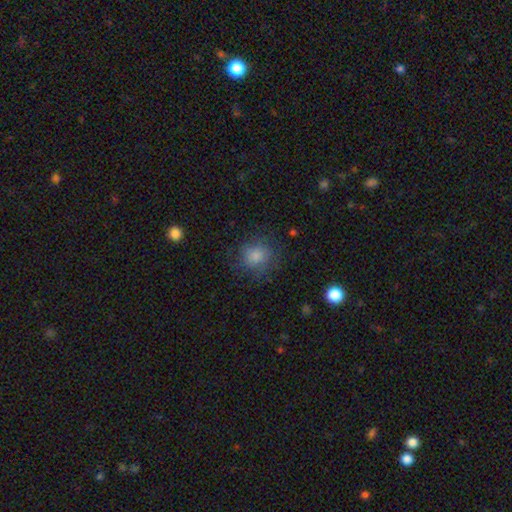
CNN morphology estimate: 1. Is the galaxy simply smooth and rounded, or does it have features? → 81% smooth, 11% star or artifact, 7% featured or disk.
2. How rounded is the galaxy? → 85% round, 14% in between, 1% cigar-shaped.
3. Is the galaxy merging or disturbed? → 78% none, 15% minor disturbance, 7% major disturbance, 1% merger.